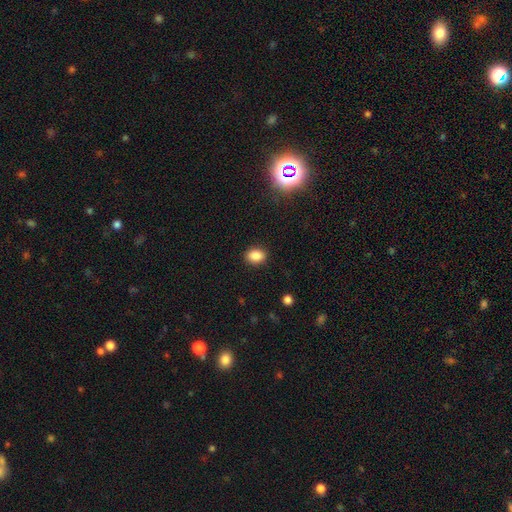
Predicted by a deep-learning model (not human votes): smooth-or-featured: smooth: 87% | star or artifact: 10% | featured or disk: 4%
  how-rounded: in between: 68% | round: 31% | cigar-shaped: 1%
  merging: none: 89% | minor disturbance: 8% | major disturbance: 2% | merger: 1%